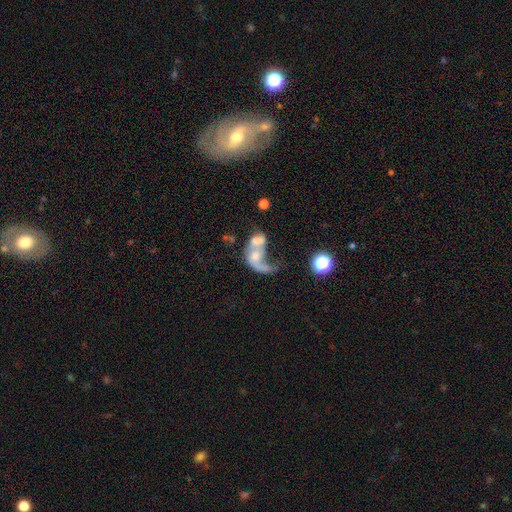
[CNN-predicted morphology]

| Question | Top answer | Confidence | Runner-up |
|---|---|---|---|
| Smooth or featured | featured or disk | 53% | smooth (36%) |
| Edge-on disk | no | 97% | yes (3%) |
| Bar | no | 75% | weak (19%) |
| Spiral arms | no | 51% | yes (49%) |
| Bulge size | moderate | 37% | small (26%) |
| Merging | merger | 65% | major disturbance (21%) |